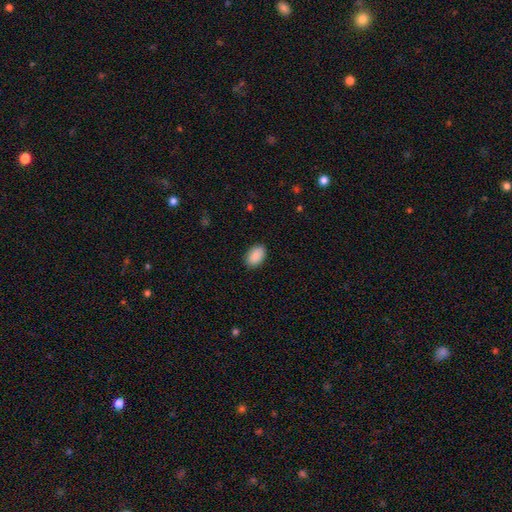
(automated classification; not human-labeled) A smooth galaxy with no disk features (91%) that is in between round and cigar-shaped (90%).

Vote fractions:
- Smooth or featured? smooth: 91% / star or artifact: 6% / featured or disk: 3%
- How rounded? in between: 90% / round: 9% / cigar-shaped: 1%
- Merging? none: 89% / minor disturbance: 8% / major disturbance: 2% / merger: 1%